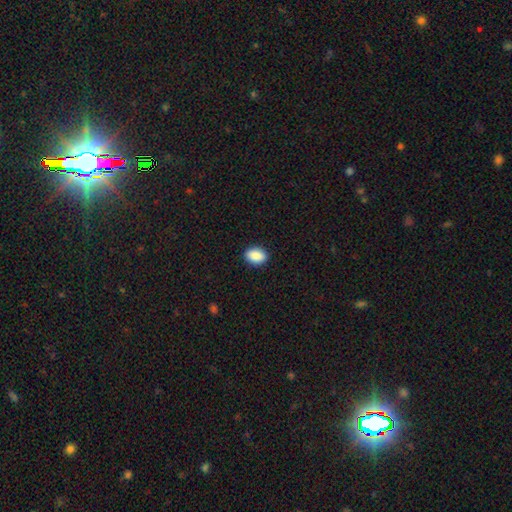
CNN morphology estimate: Overall: smooth (90%). How rounded: in between (83%). Merging: none (90%).